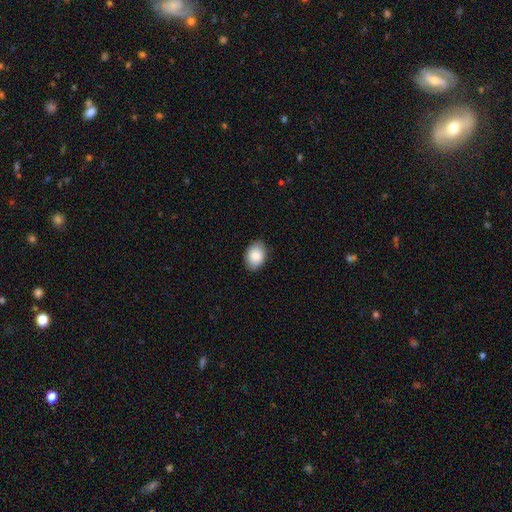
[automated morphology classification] Smooth or featured? smooth (86%)
How rounded? in between (77%)
Merging? none (85%)